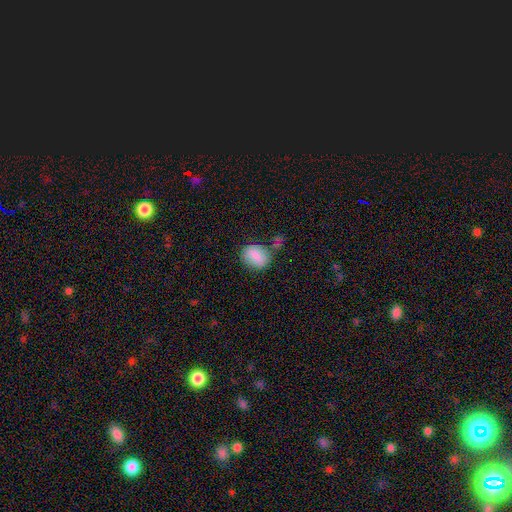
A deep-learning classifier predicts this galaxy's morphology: Smooth or featured? smooth (83%)
How rounded? in between (57%)
Merging? none (66%)